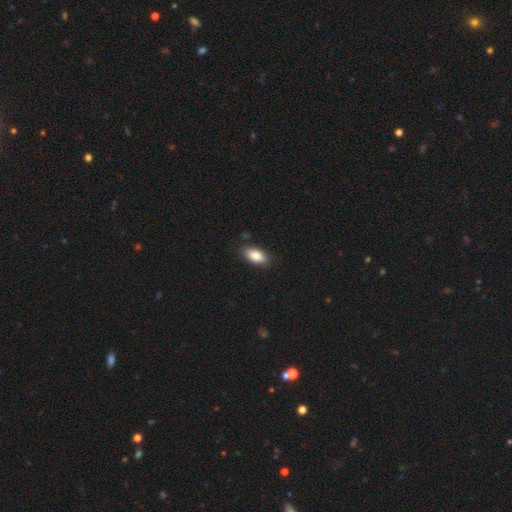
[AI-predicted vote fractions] smooth-or-featured: smooth: 86% | featured or disk: 8% | star or artifact: 7%
  how-rounded: in between: 91% | cigar-shaped: 6% | round: 3%
  merging: none: 85% | minor disturbance: 11% | major disturbance: 2% | merger: 1%